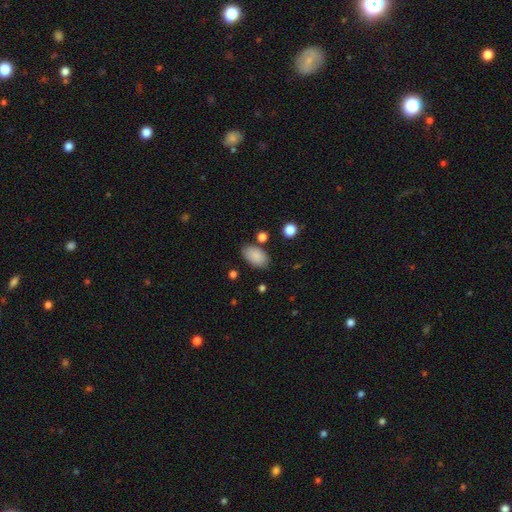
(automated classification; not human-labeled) smooth_or_featured: smooth (p=0.87) [alt: star or artifact p=0.07]
how_rounded: in between (p=0.93) [alt: round p=0.05]
merging: none (p=0.80) [alt: minor disturbance p=0.13]